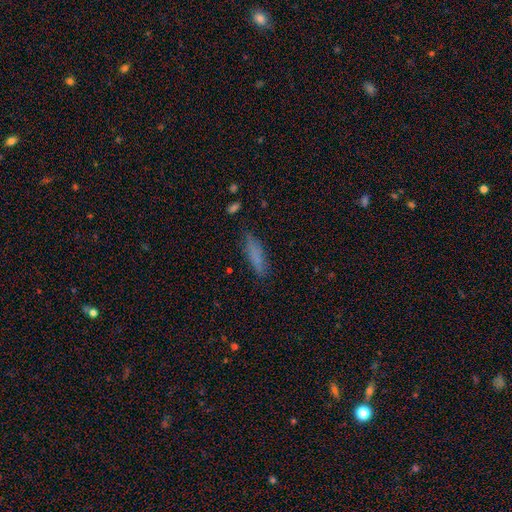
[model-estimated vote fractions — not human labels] Overall: smooth (74%). How rounded: cigar-shaped (73%). Merging: none (79%).